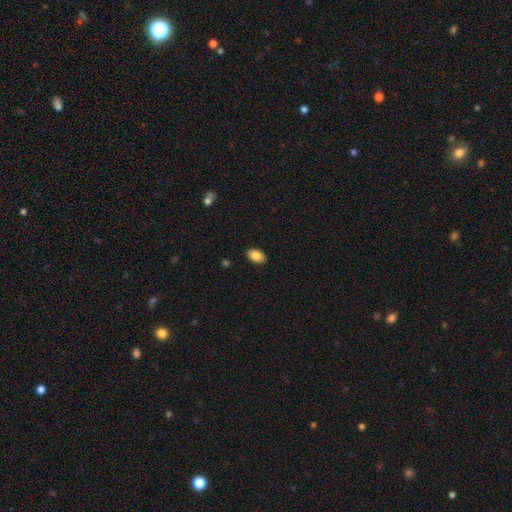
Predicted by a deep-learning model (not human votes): smooth-or-featured: smooth: 84% | featured or disk: 8% | star or artifact: 7%
  how-rounded: in between: 92% | round: 7% | cigar-shaped: 1%
  merging: none: 89% | minor disturbance: 8% | major disturbance: 2% | merger: 1%